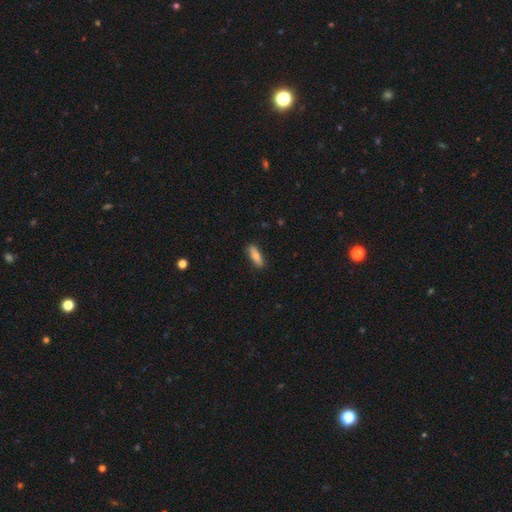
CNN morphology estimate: Smooth or featured? Predicted: smooth (p=0.74). How rounded? Predicted: in between (p=0.51). Merging? Predicted: none (p=0.85).